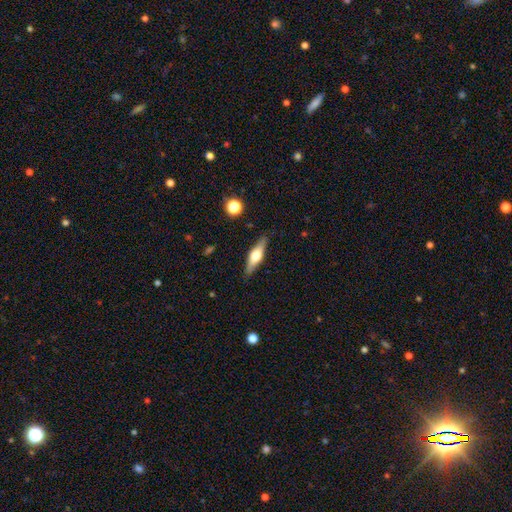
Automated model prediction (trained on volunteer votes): This appears to be a featured or disk galaxy (57%) viewed edge-on (94%) with a rounded central bulge (90%). Merging: none (87%).